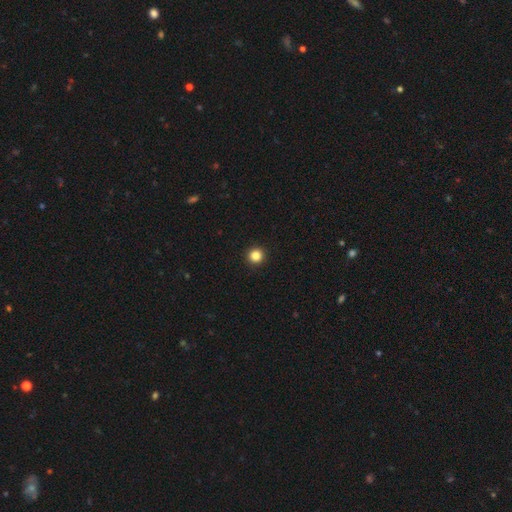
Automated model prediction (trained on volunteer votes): The model was most divided on "smooth or featured": smooth: 85%, star or artifact: 11%, featured or disk: 4%. More confident: how rounded — round (96%); merging — none (94%).